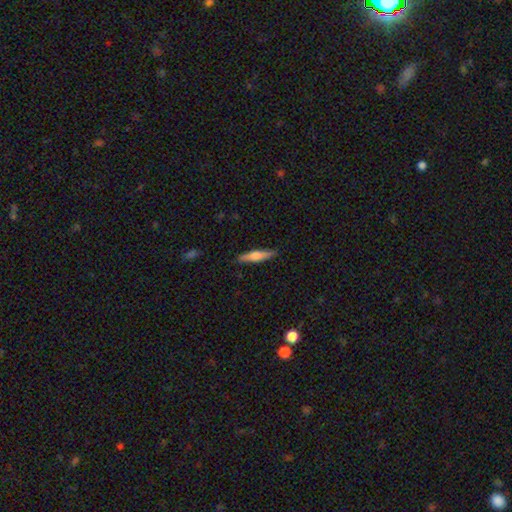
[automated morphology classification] This is possibly a smooth galaxy (57%). How rounded: clearly cigar-shaped (83%). Merging: clearly none (88%).